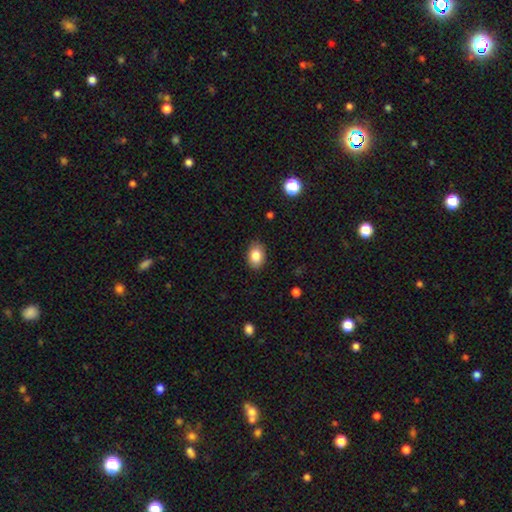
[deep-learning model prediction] Overall: smooth (84%). How rounded: in between (81%). Merging: none (86%).